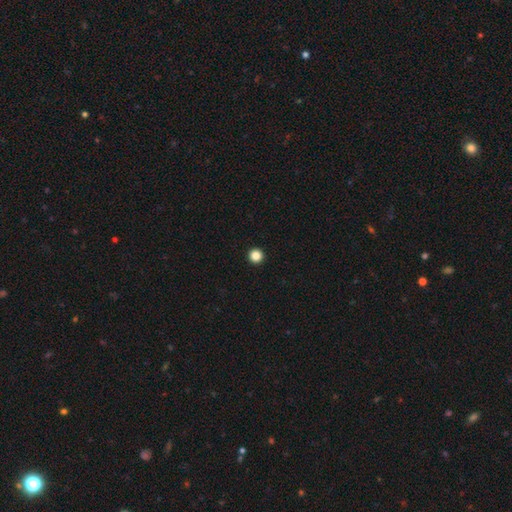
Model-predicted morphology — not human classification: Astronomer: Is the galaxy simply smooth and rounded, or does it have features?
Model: smooth — 85%.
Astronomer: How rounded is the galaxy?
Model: round — 97%.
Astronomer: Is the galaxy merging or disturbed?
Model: none — 95%.